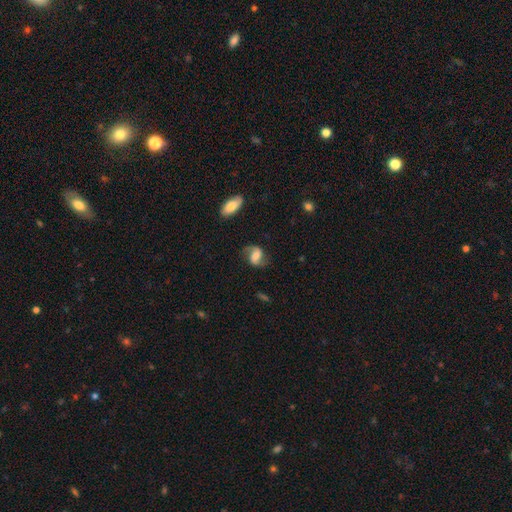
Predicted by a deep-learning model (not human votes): Overall: featured or disk (77%). Edge-on disk: no (97%). Bar: weak (44%; no 31%). Spiral arms: yes (95%). Spiral arm count: 2 (92%). Spiral winding: loose (53%; medium 37%). Bulge size: moderate (45%; small 31%). Merging: none (78%).